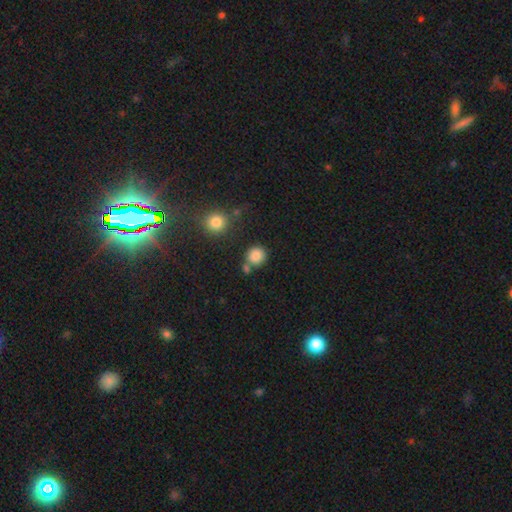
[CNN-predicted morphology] Smooth or featured? Predicted: smooth (p=0.85). How rounded? Predicted: round (p=0.88). Merging? Predicted: none (p=0.70).